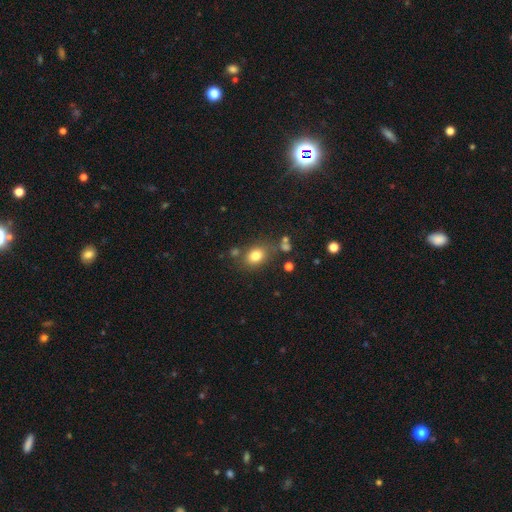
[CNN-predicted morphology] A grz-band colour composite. It shows a smooth galaxy with no disk features (79%) that is in between round and cigar-shaped (59%). Merging: none (73%).